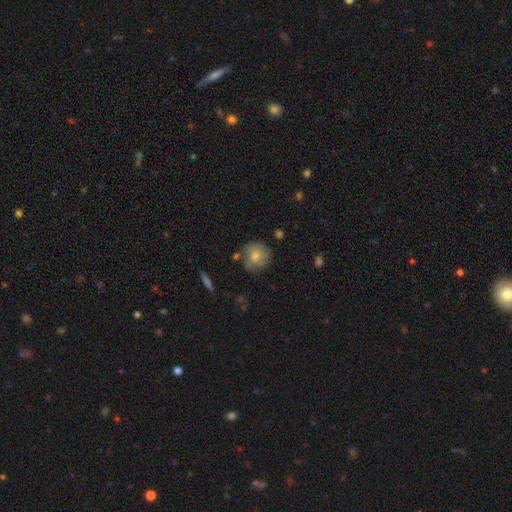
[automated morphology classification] smooth 74%, featured or disk 18%, star or artifact 8%. Down the decision tree: how rounded — round (88%); merging — none (66%).